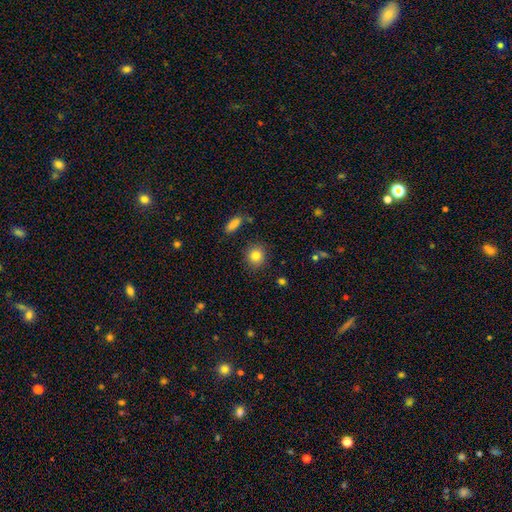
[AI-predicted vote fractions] This is clearly a smooth galaxy (83%). How rounded: clearly round (85%). Merging: clearly none (87%).